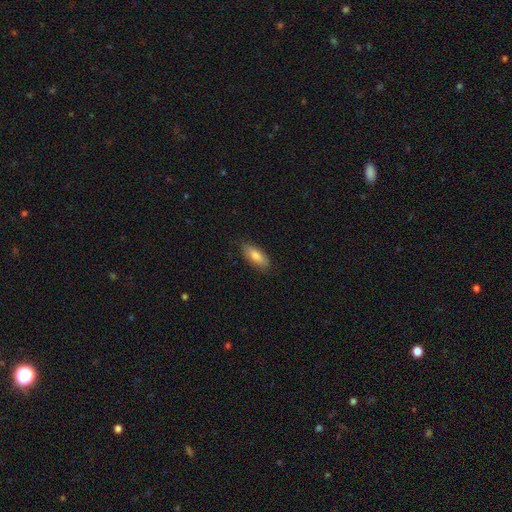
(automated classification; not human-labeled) A smooth galaxy with no disk features (78%) that is in between round and cigar-shaped (78%). Merging: none (84%).